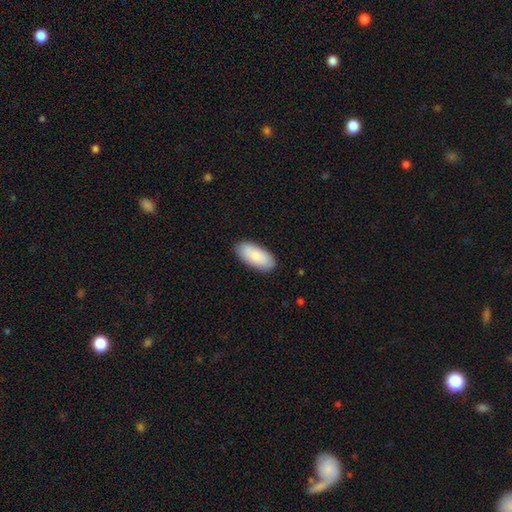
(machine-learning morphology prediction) Smooth or featured?
  - smooth: 80% *
  - featured or disk: 14%
  - star or artifact: 6%
How rounded?
  - in between: 93% *
  - cigar-shaped: 5%
  - round: 2%
Merging?
  - none: 87% *
  - minor disturbance: 10%
  - major disturbance: 2%
  - merger: 1%